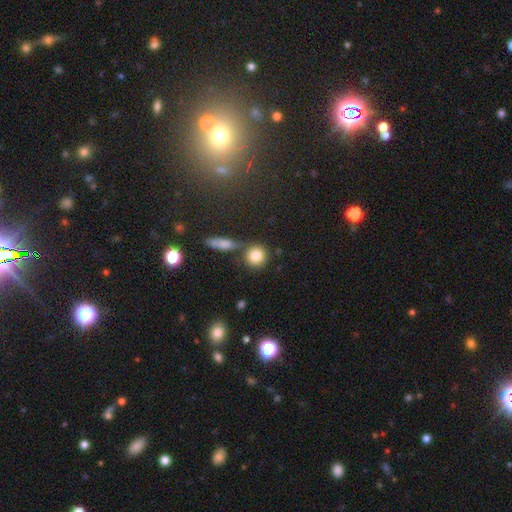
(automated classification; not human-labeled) The model was most divided on "merging": none: 70%, merger: 16%, minor disturbance: 10%, major disturbance: 4%. More confident: how rounded — round (88%); smooth or featured — smooth (82%).